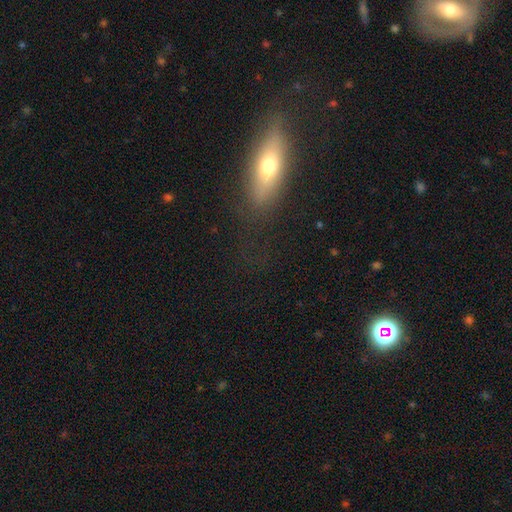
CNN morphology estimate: This is possibly a smooth galaxy (51%). How rounded: possibly in between (49%). Merging: likely none (76%).